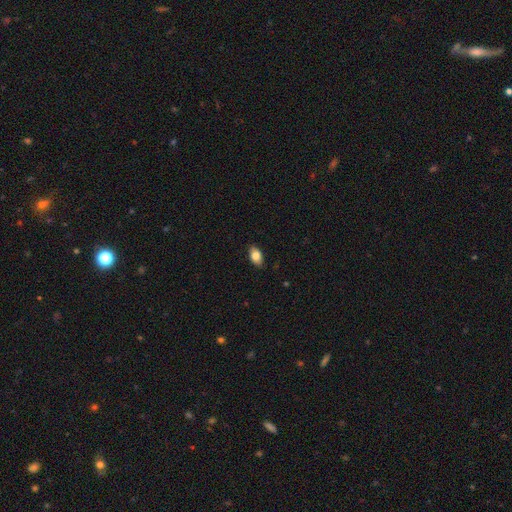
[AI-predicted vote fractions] Q: Smooth or featured?
A: smooth (80%); runner-up: featured or disk (13%)
Q: How rounded?
A: in between (91%); runner-up: round (6%)
Q: Merging?
A: none (86%); runner-up: minor disturbance (11%)